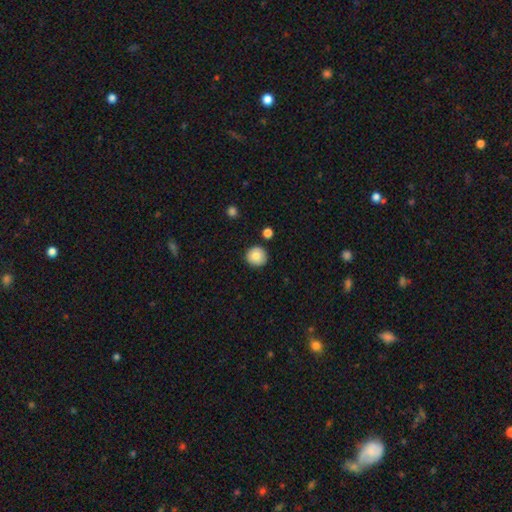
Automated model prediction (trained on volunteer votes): A smooth galaxy with no disk features (80%) that is round (94%). Merging: none (87%).